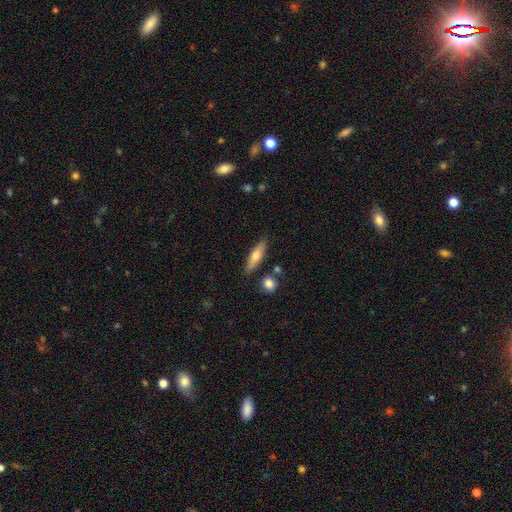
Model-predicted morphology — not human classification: smooth-or-featured: smooth: 60% | featured or disk: 34% | star or artifact: 6%
  how-rounded: cigar-shaped: 66% | in between: 32% | round: 3%
  merging: none: 82% | minor disturbance: 11% | merger: 5% | major disturbance: 2%